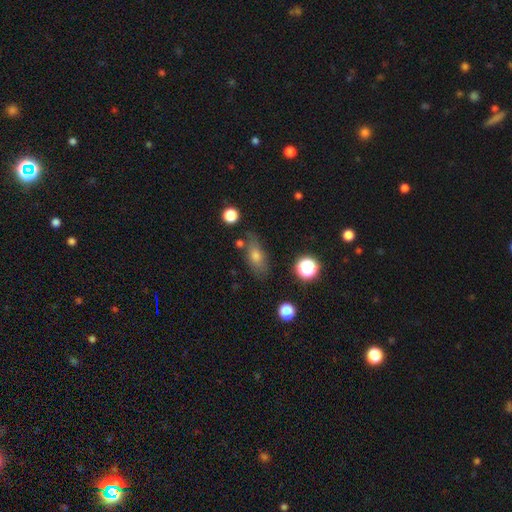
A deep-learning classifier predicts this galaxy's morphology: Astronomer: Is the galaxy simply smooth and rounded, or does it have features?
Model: smooth — 67%.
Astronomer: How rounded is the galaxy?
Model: in between — 75%.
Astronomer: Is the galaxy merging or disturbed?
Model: none — 74%.